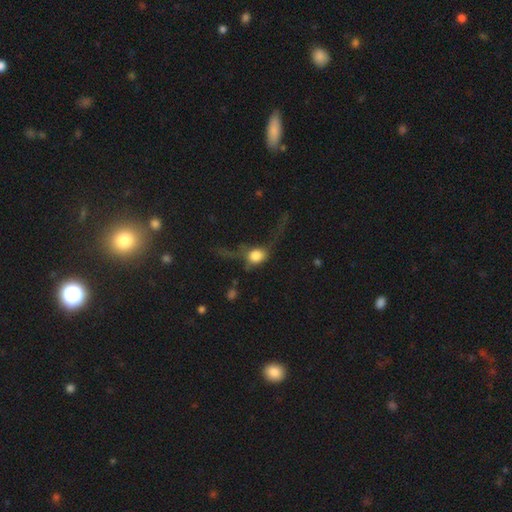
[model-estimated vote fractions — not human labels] Q: Smooth or featured?
A: smooth (60%); runner-up: featured or disk (29%)
Q: How rounded?
A: round (58%); runner-up: in between (37%)
Q: Merging?
A: major disturbance (48%); runner-up: none (29%)